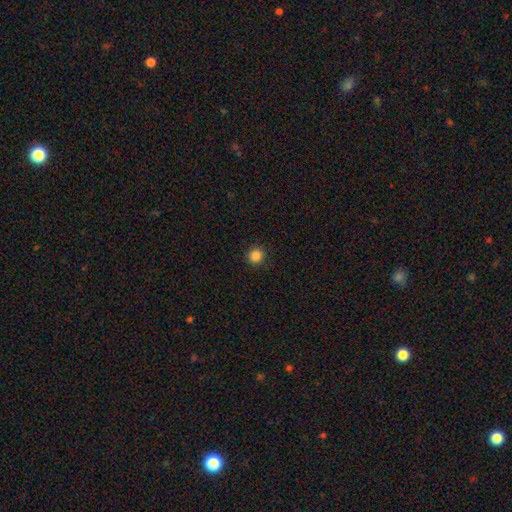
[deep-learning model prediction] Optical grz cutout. It shows a smooth galaxy with no disk features (86%) that is round (90%). Merging: none (91%).